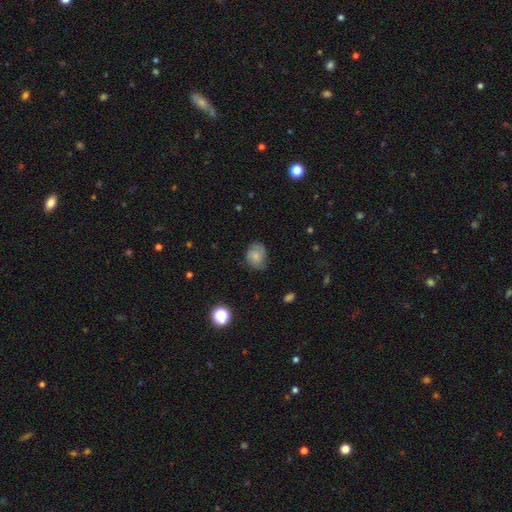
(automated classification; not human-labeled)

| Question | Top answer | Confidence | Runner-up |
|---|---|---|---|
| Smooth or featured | smooth | 54% | featured or disk (37%) |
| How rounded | round | 56% | in between (43%) |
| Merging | none | 63% | minor disturbance (28%) |